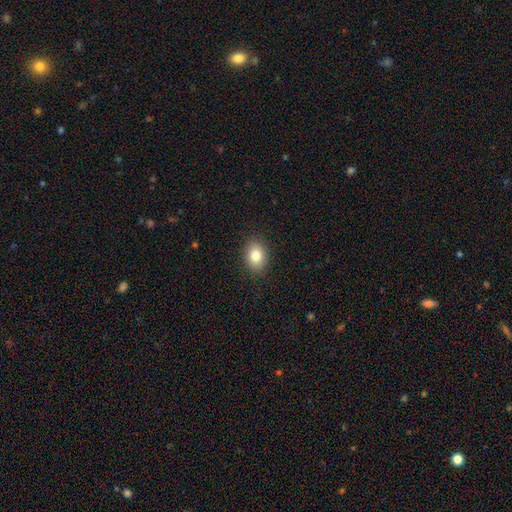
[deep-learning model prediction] This appears to be a smooth galaxy with no disk features (82%) that is in between round and cigar-shaped (66%). Merging: none (89%).